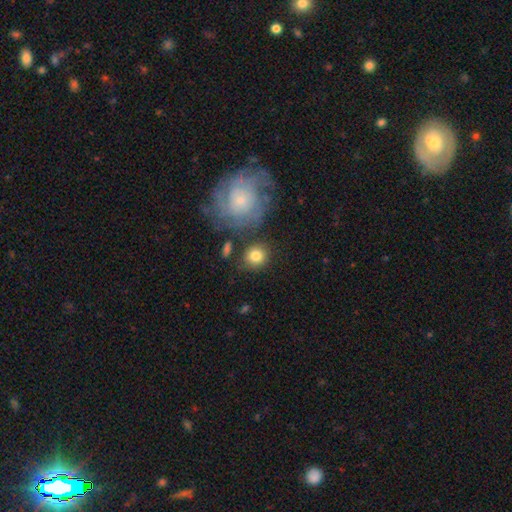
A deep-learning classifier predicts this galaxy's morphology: This appears to be a smooth galaxy with no disk features (78%) that is round (80%). Merging: none (73%).